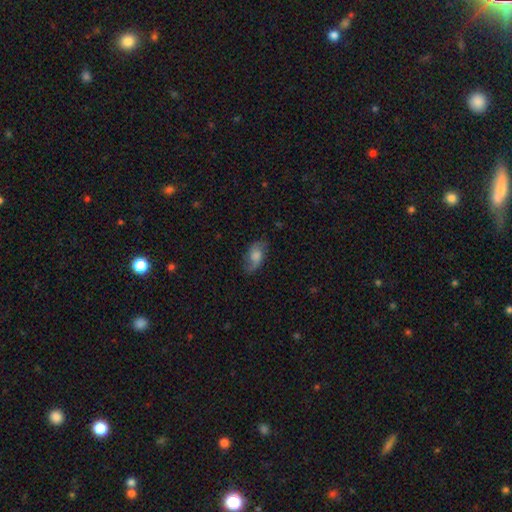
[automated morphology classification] type=smooth (51%); roundness=in between (89%); merging=none (70%).